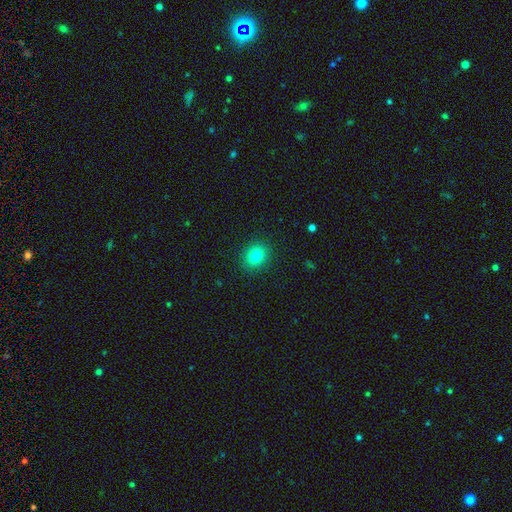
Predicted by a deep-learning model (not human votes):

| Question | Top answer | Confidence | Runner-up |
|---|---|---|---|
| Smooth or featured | smooth | 81% | star or artifact (12%) |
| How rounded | round | 67% | in between (32%) |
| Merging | none | 90% | minor disturbance (7%) |